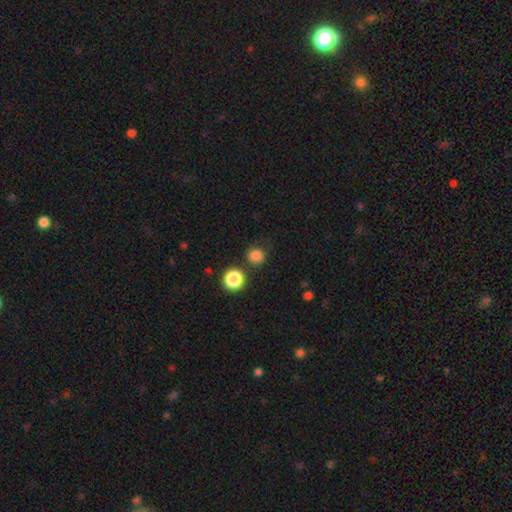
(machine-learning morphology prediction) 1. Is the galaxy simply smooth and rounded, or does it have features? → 82% smooth, 14% star or artifact, 4% featured or disk.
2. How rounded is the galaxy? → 92% round, 7% in between, 1% cigar-shaped.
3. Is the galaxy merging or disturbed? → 80% none, 10% minor disturbance, 6% merger, 4% major disturbance.